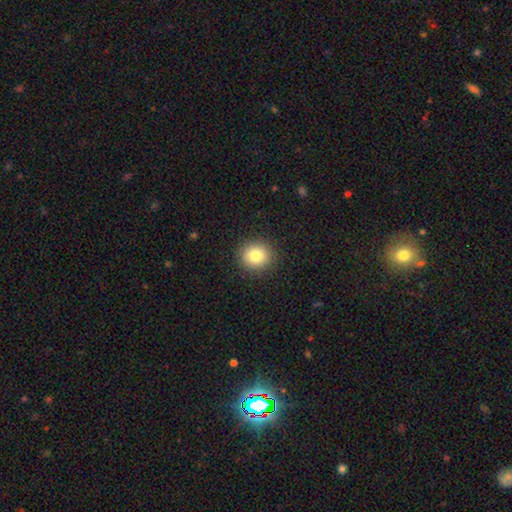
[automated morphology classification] Q: Smooth or featured?
A: smooth (82%); runner-up: star or artifact (10%)
Q: How rounded?
A: round (87%); runner-up: in between (12%)
Q: Merging?
A: none (91%); runner-up: minor disturbance (6%)